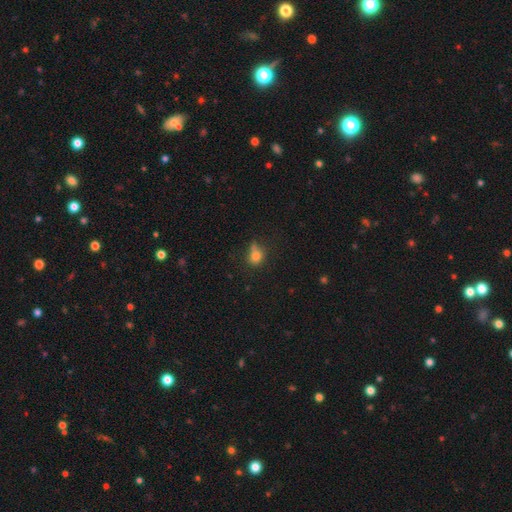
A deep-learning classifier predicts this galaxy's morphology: This appears to be a smooth galaxy with no disk features (78%) that is round (60%). Merging: none (47%).